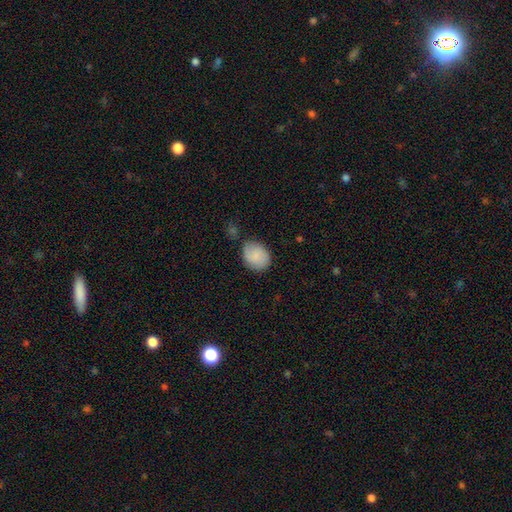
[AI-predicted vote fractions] Smooth or featured? Predicted: smooth (p=0.80). How rounded? Predicted: round (p=0.50). Merging? Predicted: none (p=0.67).